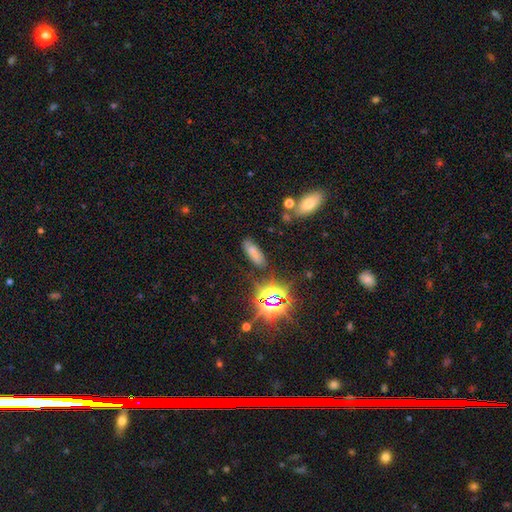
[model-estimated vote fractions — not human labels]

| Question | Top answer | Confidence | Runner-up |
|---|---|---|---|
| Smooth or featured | smooth | 52% | star or artifact (36%) |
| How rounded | in between | 58% | cigar-shaped (36%) |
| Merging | none | 79% | minor disturbance (13%) |